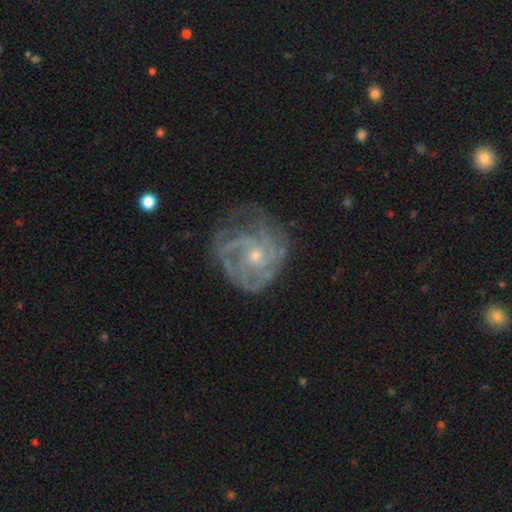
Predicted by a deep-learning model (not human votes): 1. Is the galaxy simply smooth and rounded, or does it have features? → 86% featured or disk, 8% smooth, 6% star or artifact.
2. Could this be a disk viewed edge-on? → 98% no, 2% yes.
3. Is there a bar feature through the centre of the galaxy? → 74% no, 22% weak, 4% strong.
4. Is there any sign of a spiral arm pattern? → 93% yes, 7% no.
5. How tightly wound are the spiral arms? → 59% tight, 32% medium, 9% loose.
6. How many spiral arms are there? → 33% can't tell, 24% 3, 16% 4, 14% 2, 7% more than 4, 6% 1.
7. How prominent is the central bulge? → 63% small, 33% moderate, 2% none, 1% large, 1% dominant.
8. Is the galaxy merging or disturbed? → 59% none, 23% minor disturbance, 17% major disturbance, 2% merger.